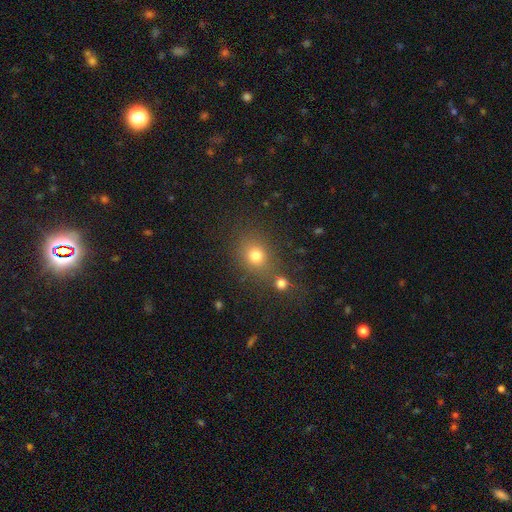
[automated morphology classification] smooth-or-featured: smooth: 76% | star or artifact: 15% | featured or disk: 8%
  how-rounded: round: 69% | in between: 29% | cigar-shaped: 1%
  merging: none: 64% | merger: 19% | minor disturbance: 11% | major disturbance: 6%